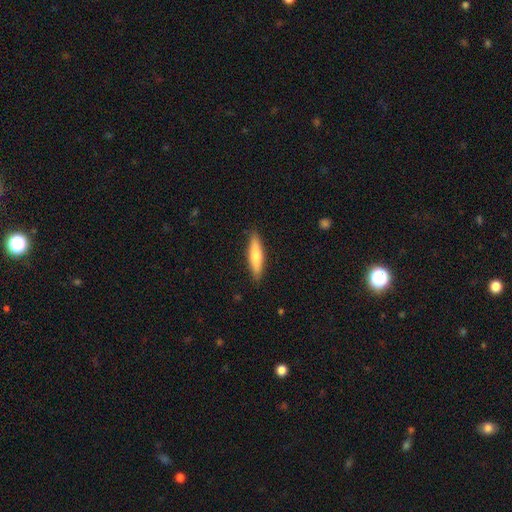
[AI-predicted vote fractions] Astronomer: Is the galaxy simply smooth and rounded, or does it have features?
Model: smooth — 63%.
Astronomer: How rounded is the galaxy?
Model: cigar-shaped — 77%.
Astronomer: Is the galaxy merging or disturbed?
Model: none — 89%.